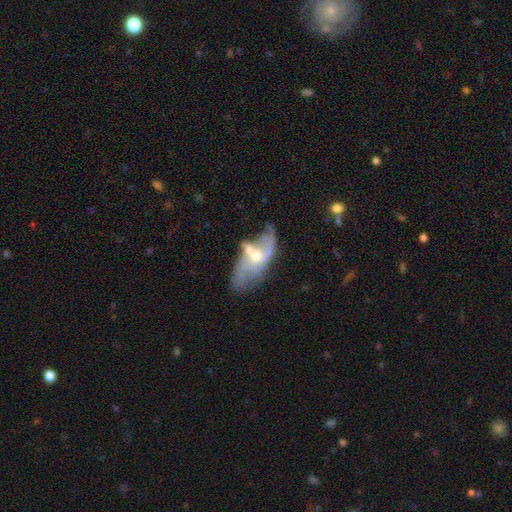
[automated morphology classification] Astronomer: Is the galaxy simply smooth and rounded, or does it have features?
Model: featured or disk — 73%.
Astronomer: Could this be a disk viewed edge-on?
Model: no — 91%.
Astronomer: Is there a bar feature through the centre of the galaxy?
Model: no — 63%.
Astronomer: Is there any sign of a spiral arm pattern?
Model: yes — 73%.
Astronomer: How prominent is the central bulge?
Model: moderate — 56% (runner-up: small, 37%).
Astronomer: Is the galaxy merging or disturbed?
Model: none — 36% (runner-up: merger, 25%).